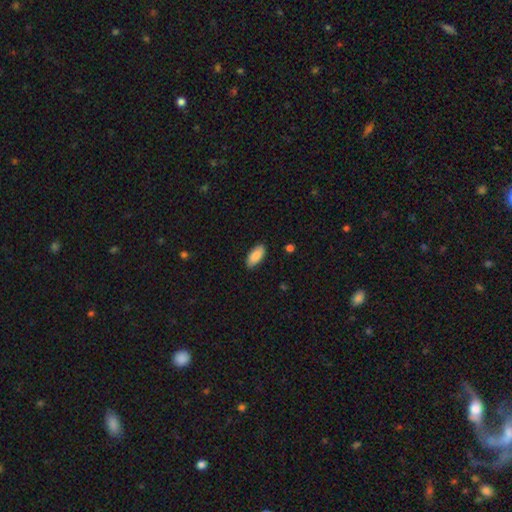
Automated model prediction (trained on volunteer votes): Morphology: type=smooth (88%); roundness=in between (89%); merging=none (86%).